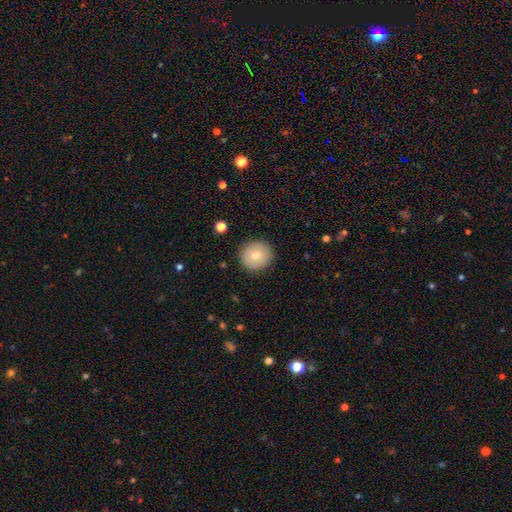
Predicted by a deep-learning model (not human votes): This appears to be a smooth galaxy with no disk features (73%) that is round (93%). Merging: none (91%).